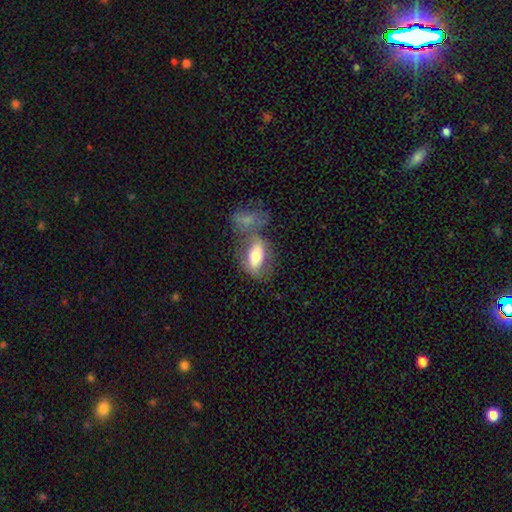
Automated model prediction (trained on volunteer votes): Smooth or featured: smooth — 64% (featured or disk — 29%)
How rounded: in between — 87% (cigar-shaped — 6%)
Merging: merger — 38% (none — 36%)